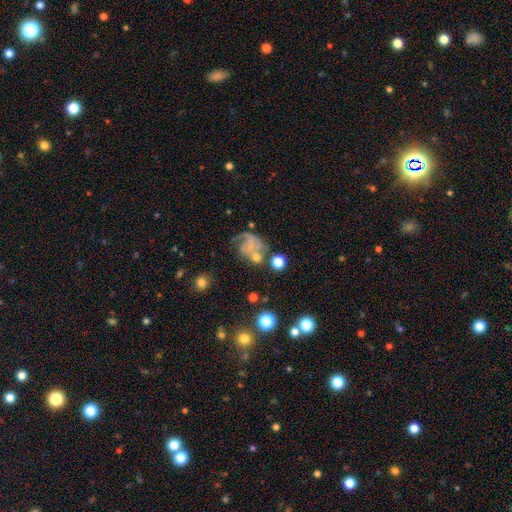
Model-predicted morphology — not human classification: smooth-or-featured: featured or disk: 49% | smooth: 33% | star or artifact: 18%
  merging: none: 35% | major disturbance: 30% | minor disturbance: 22% | merger: 12%